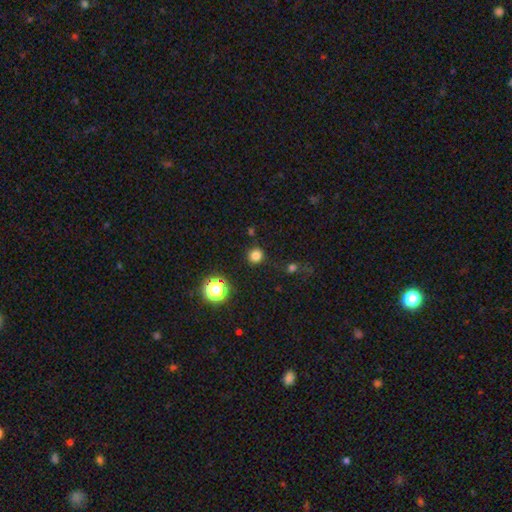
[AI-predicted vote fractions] Q: Smooth or featured?
A: smooth (80%); runner-up: star or artifact (16%)
Q: How rounded?
A: round (92%); runner-up: in between (7%)
Q: Merging?
A: none (89%); runner-up: minor disturbance (6%)